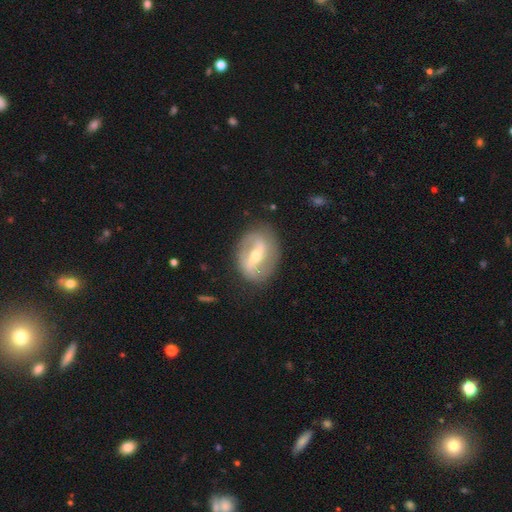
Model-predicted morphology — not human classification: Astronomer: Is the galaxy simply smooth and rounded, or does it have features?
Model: featured or disk — 80%.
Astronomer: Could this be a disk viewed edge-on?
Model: no — 94%.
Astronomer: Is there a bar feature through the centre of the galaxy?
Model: strong — 58%.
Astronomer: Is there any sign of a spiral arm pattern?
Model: yes — 78%.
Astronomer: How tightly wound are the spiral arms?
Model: loose — 42% (runner-up: medium, 36%).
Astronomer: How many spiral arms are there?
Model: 2 — 86%.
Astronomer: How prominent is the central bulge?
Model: moderate — 52% (runner-up: small, 44%).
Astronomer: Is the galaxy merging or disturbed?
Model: none — 81%.